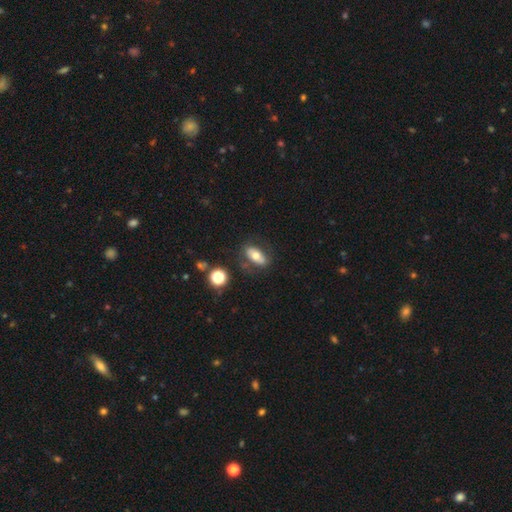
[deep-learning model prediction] Smooth or featured: smooth — 61% (featured or disk — 30%)
How rounded: in between — 84% (cigar-shaped — 10%)
Merging: none — 72% (minor disturbance — 16%)